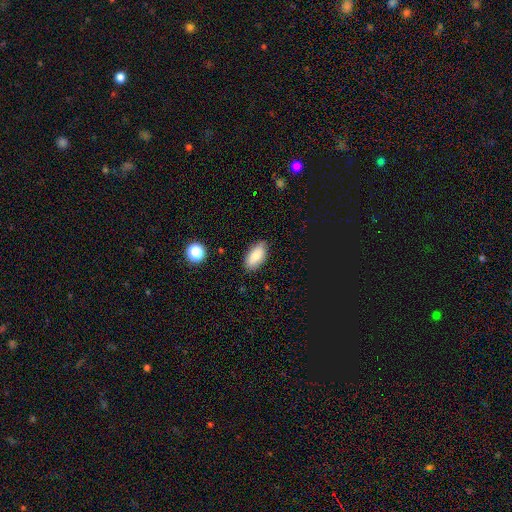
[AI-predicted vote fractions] smooth-or-featured: smooth: 83% | featured or disk: 9% | star or artifact: 7%
  how-rounded: in between: 92% | cigar-shaped: 5% | round: 3%
  merging: none: 83% | minor disturbance: 13% | major disturbance: 2% | merger: 1%